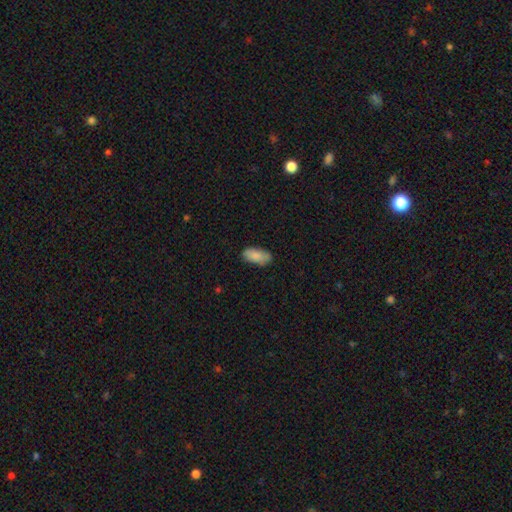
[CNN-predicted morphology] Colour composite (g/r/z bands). It shows a smooth galaxy with no disk features (86%) that is in between round and cigar-shaped (91%). Merging: none (76%).